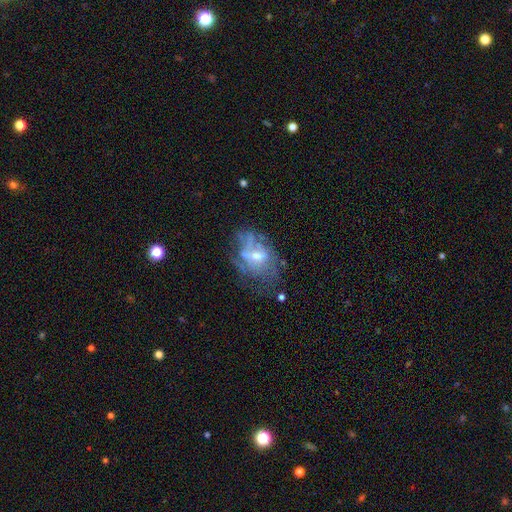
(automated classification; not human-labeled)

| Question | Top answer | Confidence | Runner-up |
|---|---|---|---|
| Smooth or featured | featured or disk | 62% | smooth (25%) |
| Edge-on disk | no | 96% | yes (4%) |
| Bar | no | 55% | weak (36%) |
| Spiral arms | no | 61% | yes (39%) |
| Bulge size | moderate | 48% | small (36%) |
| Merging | none | 39% | major disturbance (33%) |